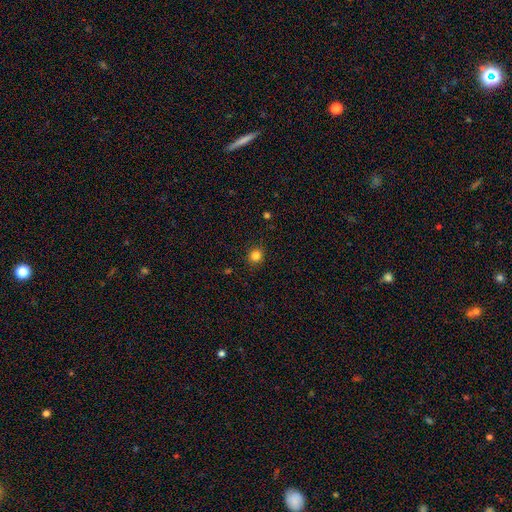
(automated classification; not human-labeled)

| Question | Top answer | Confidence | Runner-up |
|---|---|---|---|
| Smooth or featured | smooth | 83% | star or artifact (13%) |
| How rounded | round | 91% | in between (8%) |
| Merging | none | 91% | minor disturbance (6%) |